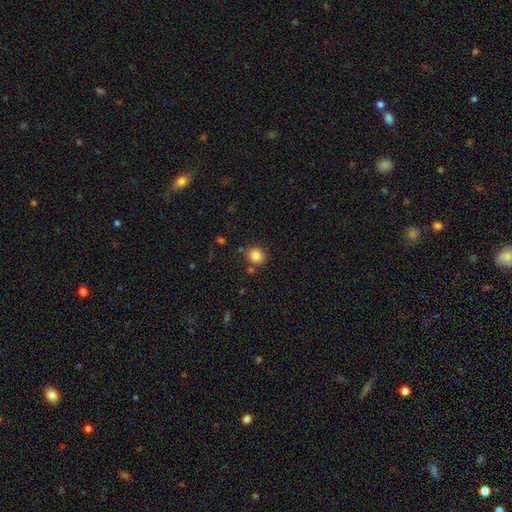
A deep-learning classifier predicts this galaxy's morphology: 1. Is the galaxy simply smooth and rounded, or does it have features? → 84% smooth, 11% star or artifact, 6% featured or disk.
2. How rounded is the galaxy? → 86% round, 13% in between, 1% cigar-shaped.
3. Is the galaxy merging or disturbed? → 82% none, 9% minor disturbance, 6% merger, 3% major disturbance.